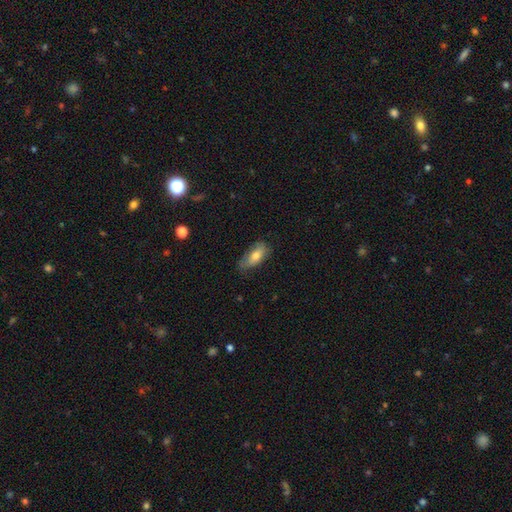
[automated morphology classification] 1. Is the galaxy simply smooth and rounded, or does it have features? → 73% smooth, 20% featured or disk, 7% star or artifact.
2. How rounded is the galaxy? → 81% in between, 16% cigar-shaped, 3% round.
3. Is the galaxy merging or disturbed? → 64% none, 28% minor disturbance, 6% major disturbance, 2% merger.